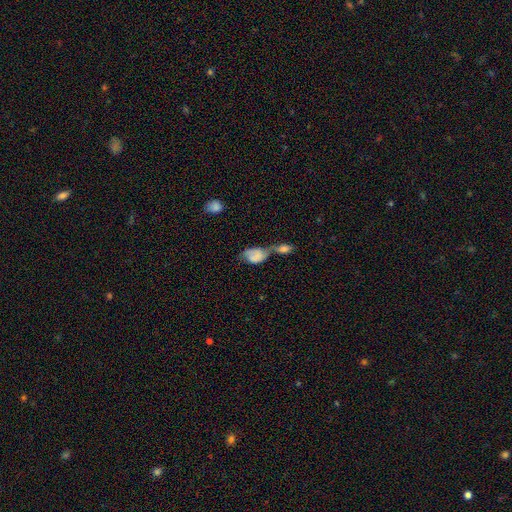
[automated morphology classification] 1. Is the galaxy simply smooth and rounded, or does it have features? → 61% smooth, 31% featured or disk, 8% star or artifact.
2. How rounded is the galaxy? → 84% in between, 13% round, 3% cigar-shaped.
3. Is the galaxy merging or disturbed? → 70% merger, 11% none, 10% major disturbance, 9% minor disturbance.